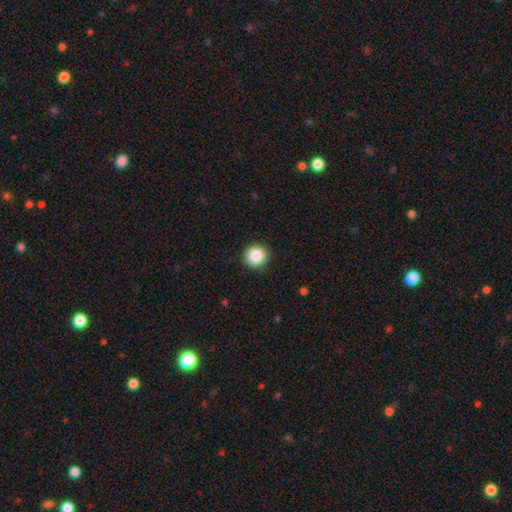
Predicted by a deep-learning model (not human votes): A smooth galaxy with no disk features (87%) that is round (93%). Merging: none (92%).